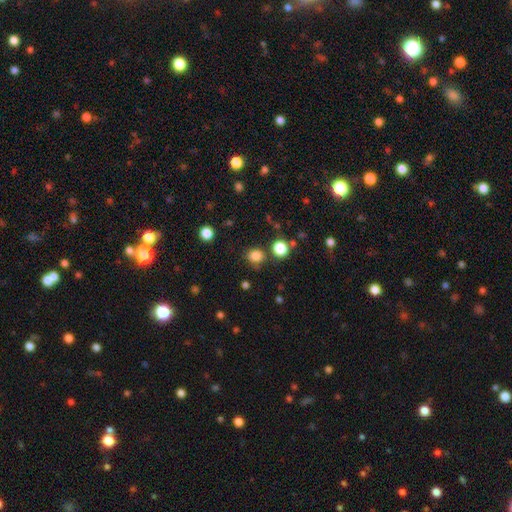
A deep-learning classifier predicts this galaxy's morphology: smooth-or-featured: smooth: 82% | star or artifact: 14% | featured or disk: 4%
  how-rounded: round: 77% | in between: 22% | cigar-shaped: 1%
  merging: none: 78% | minor disturbance: 11% | merger: 7% | major disturbance: 4%